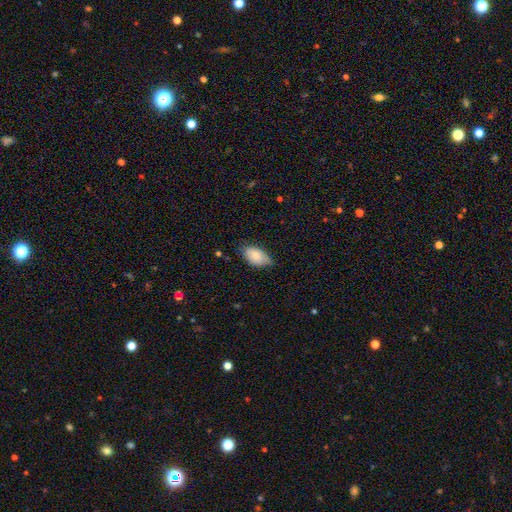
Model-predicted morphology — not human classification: smooth_or_featured: smooth (p=0.77) [alt: featured or disk p=0.16]
how_rounded: in between (p=0.94) [alt: round p=0.04]
merging: none (p=0.63) [alt: minor disturbance p=0.31]